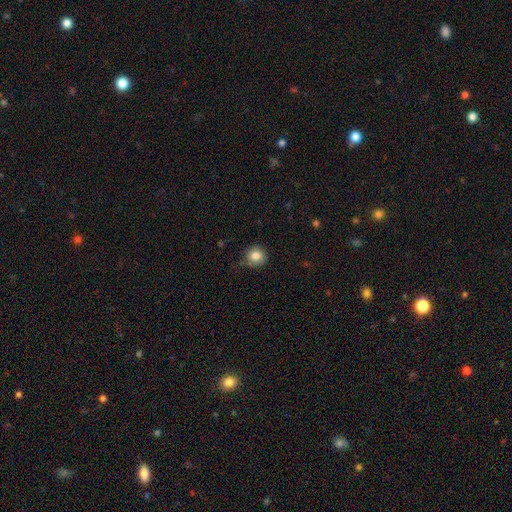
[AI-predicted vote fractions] smooth-or-featured: smooth: 82% | star or artifact: 10% | featured or disk: 8%
  how-rounded: round: 89% | in between: 10% | cigar-shaped: 1%
  merging: none: 76% | minor disturbance: 18% | major disturbance: 4% | merger: 2%